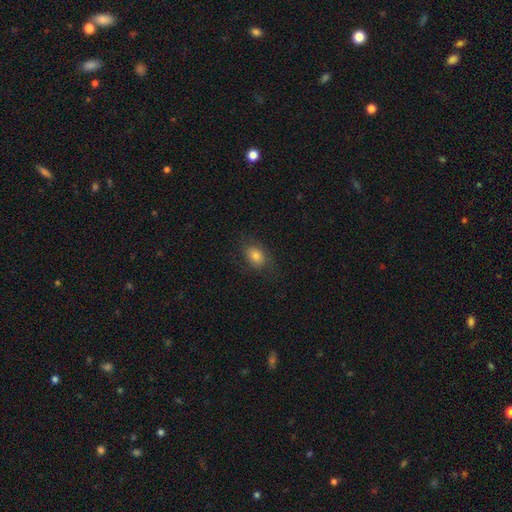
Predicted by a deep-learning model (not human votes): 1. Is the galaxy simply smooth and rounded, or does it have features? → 78% smooth, 11% featured or disk, 11% star or artifact.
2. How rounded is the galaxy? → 70% in between, 29% round, 2% cigar-shaped.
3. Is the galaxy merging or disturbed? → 76% none, 16% minor disturbance, 7% major disturbance, 1% merger.